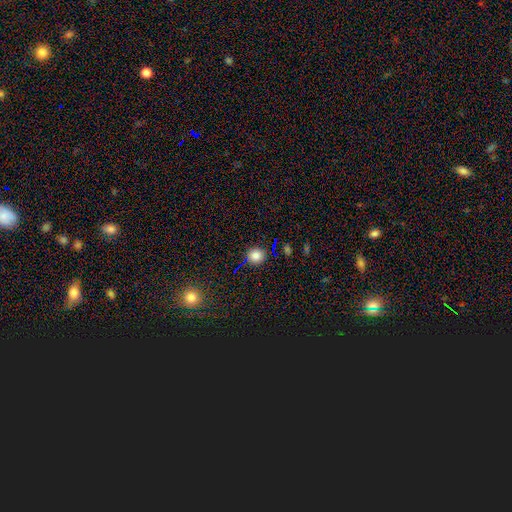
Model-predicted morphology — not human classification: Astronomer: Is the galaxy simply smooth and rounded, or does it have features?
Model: smooth — 78%.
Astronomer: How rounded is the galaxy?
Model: round — 90%.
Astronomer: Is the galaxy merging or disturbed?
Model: none — 88%.